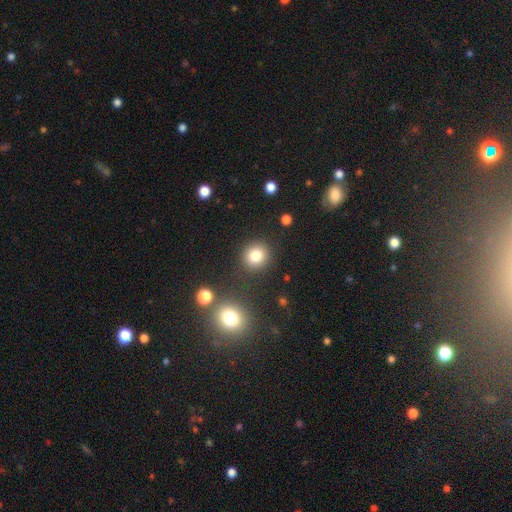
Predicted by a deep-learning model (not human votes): This is clearly a smooth galaxy (81%). How rounded: clearly round (88%). Merging: clearly none (86%).